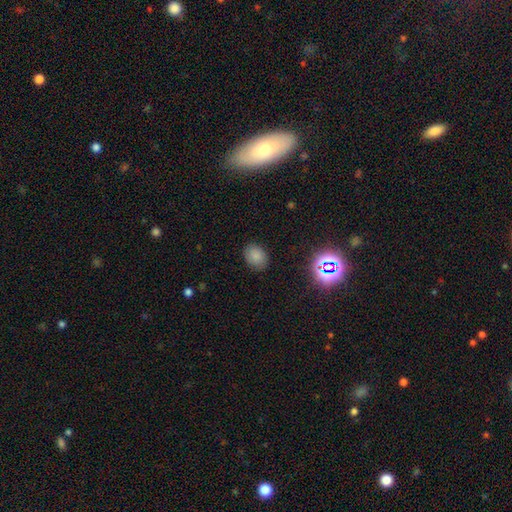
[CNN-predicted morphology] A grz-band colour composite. It shows a smooth galaxy with no disk features (80%) that is in between round and cigar-shaped (65%). Merging: none (85%).